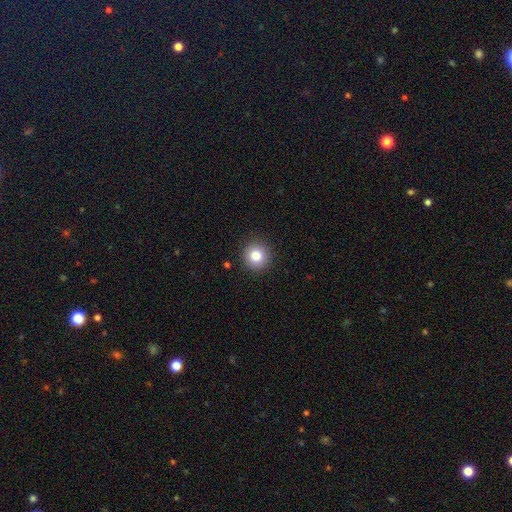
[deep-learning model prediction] Smooth or featured? Predicted: smooth (p=0.83). How rounded? Predicted: round (p=0.93). Merging? Predicted: none (p=0.91).